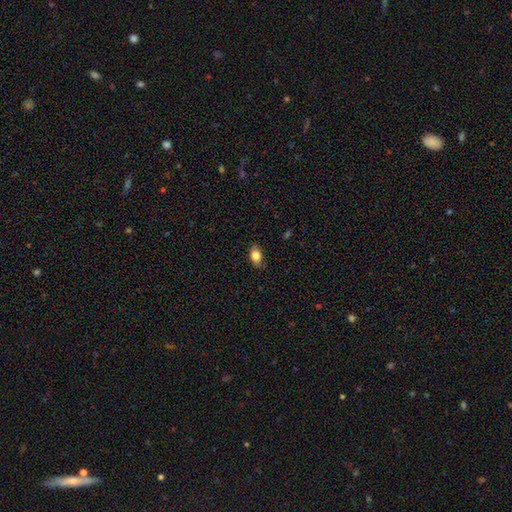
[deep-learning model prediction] Smooth or featured: smooth — 81% (featured or disk — 10%)
How rounded: in between — 80% (round — 18%)
Merging: none — 77% (minor disturbance — 19%)